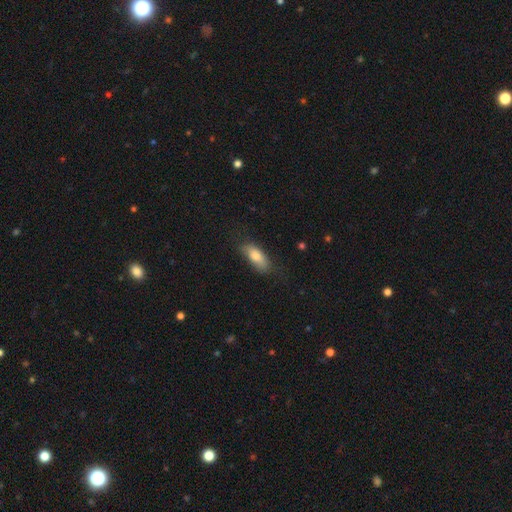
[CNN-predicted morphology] Smooth or featured: smooth — 80% (featured or disk — 13%)
How rounded: in between — 81% (cigar-shaped — 17%)
Merging: none — 66% (minor disturbance — 24%)